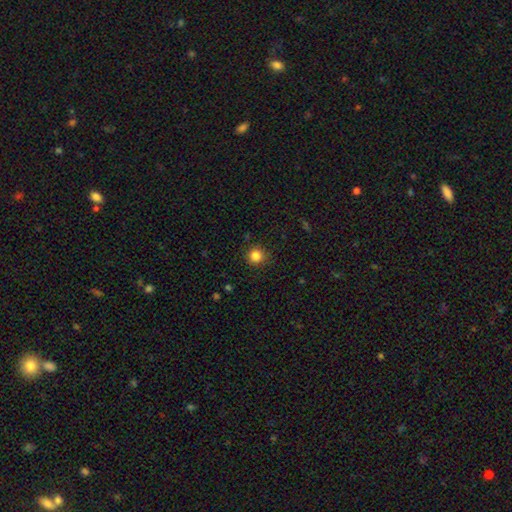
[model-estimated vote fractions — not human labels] Smooth or featured? Predicted: smooth (p=0.83). How rounded? Predicted: round (p=0.94). Merging? Predicted: none (p=0.89).